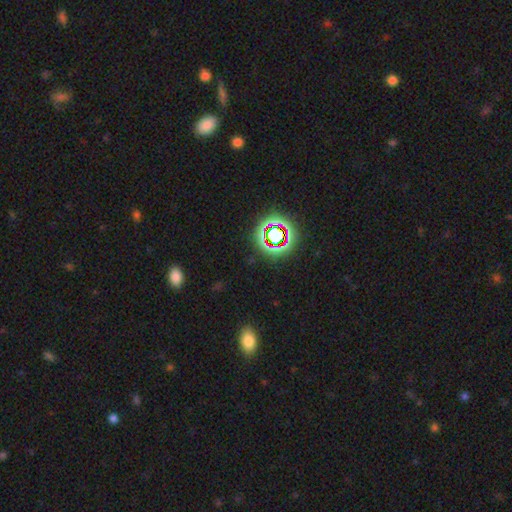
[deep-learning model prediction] This is likely a star or artifact rather than a galaxy (68%).